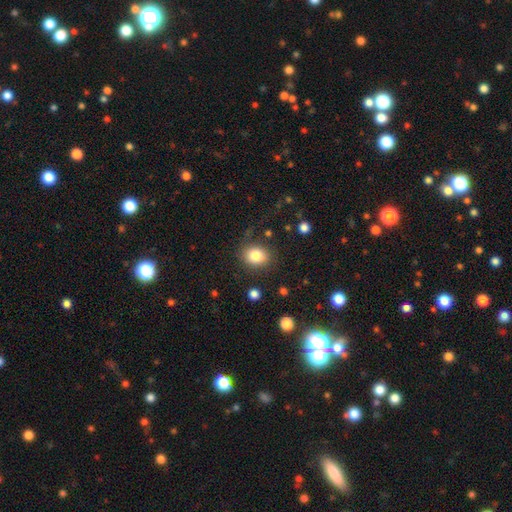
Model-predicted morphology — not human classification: This is clearly a smooth galaxy (82%). How rounded: possibly round (52%). Merging: likely none (79%).